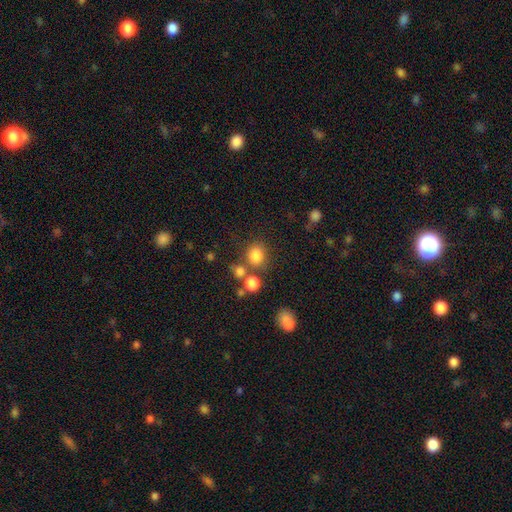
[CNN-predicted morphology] Smooth or featured?
  - smooth: 80% *
  - star or artifact: 14%
  - featured or disk: 6%
How rounded?
  - round: 74% *
  - in between: 25%
  - cigar-shaped: 1%
Merging?
  - none: 67% *
  - merger: 16%
  - minor disturbance: 11%
  - major disturbance: 5%